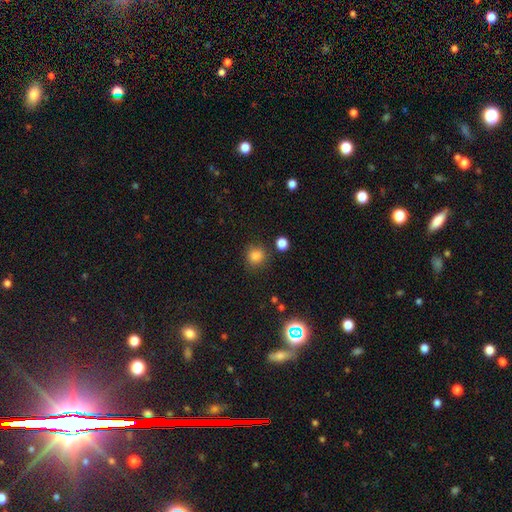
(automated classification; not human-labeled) smooth 84%, star or artifact 12%, featured or disk 4%. Down the decision tree: how rounded — round (87%); merging — none (82%).